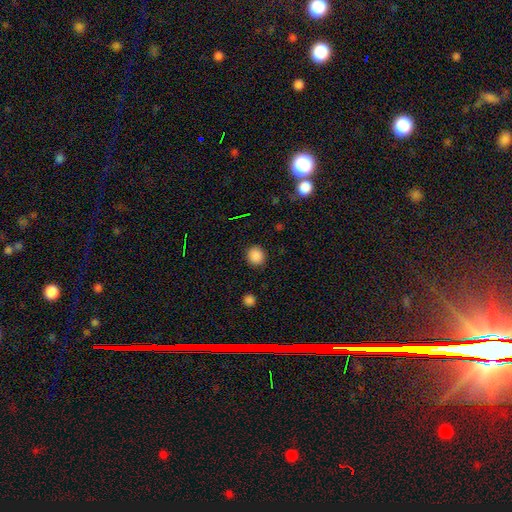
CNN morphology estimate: The model was most divided on "how rounded": round: 86%, in between: 13%, cigar-shaped: 1%. More confident: merging — none (90%); smooth or featured — smooth (86%).